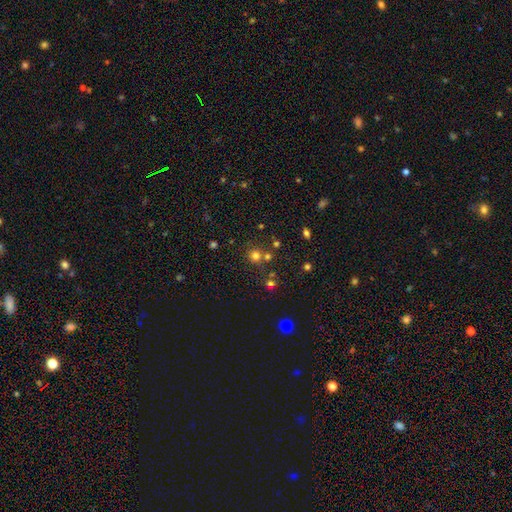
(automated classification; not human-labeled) A smooth galaxy with no disk features (70%) that is round (92%). Merging: none (72%).